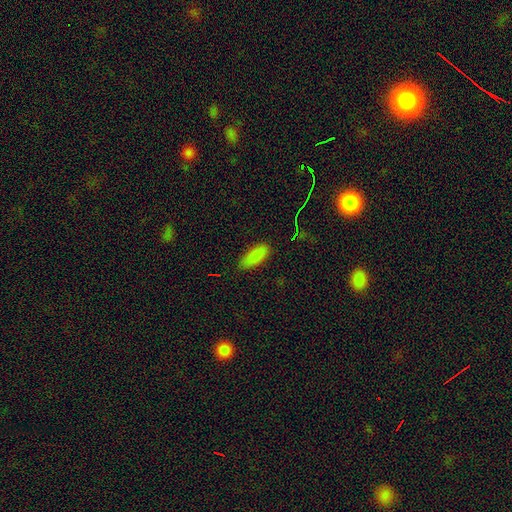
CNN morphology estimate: Smooth or featured? Predicted: smooth (p=0.86). How rounded? Predicted: in between (p=0.75). Merging? Predicted: none (p=0.85).